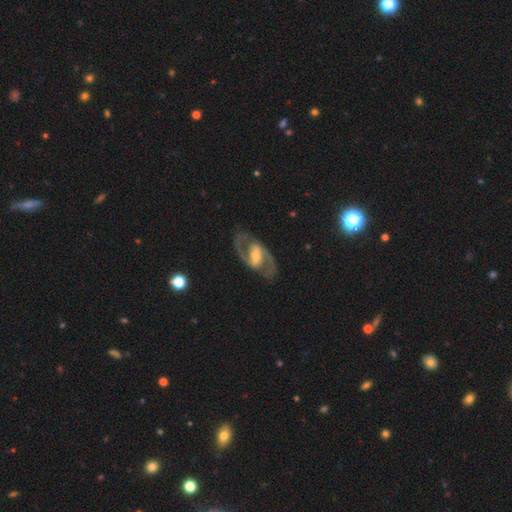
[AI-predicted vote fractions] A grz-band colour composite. It shows a featured or disk galaxy (87%) with a strong bar (48%), 2 (92%) medium (60%) spiral arms (92%) and a moderate central bulge (55%). Merging: none (82%).